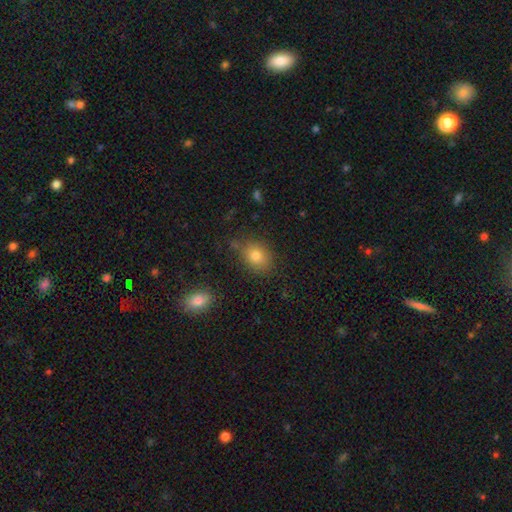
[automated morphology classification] type=smooth (79%); roundness=in between (56%); merging=none (76%).